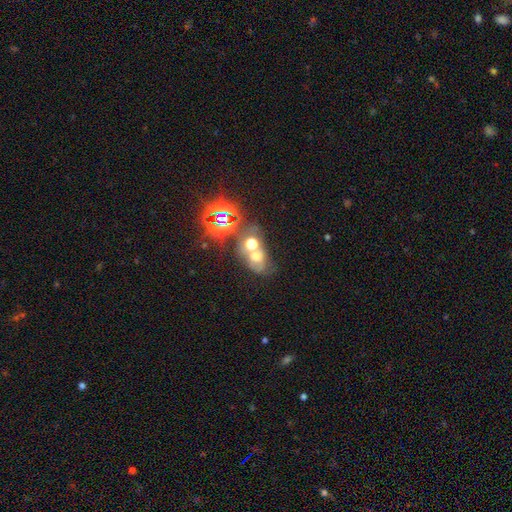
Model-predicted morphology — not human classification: This is possibly a smooth galaxy (49%). Merging: possibly merger (48%).